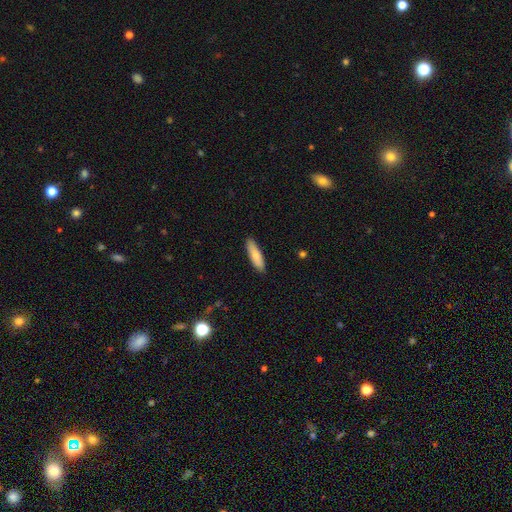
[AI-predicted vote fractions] smooth-or-featured: smooth: 77% | featured or disk: 18% | star or artifact: 6%
  how-rounded: cigar-shaped: 63% | in between: 35% | round: 2%
  merging: none: 88% | minor disturbance: 9% | major disturbance: 2% | merger: 1%